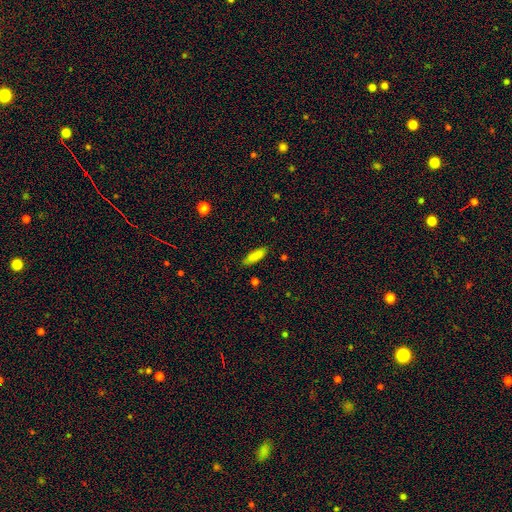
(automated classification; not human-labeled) smooth_or_featured: smooth (p=0.86) [alt: star or artifact p=0.07]
how_rounded: in between (p=0.51) [alt: cigar-shaped p=0.47]
merging: none (p=0.84) [alt: minor disturbance p=0.12]